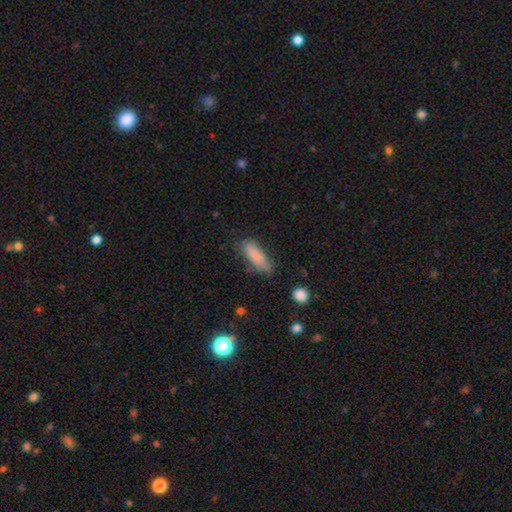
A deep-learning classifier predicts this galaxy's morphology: smooth_or_featured: smooth (p=0.83) [alt: featured or disk p=0.09]
how_rounded: cigar-shaped (p=0.51) [alt: in between p=0.47]
merging: none (p=0.68) [alt: minor disturbance p=0.24]